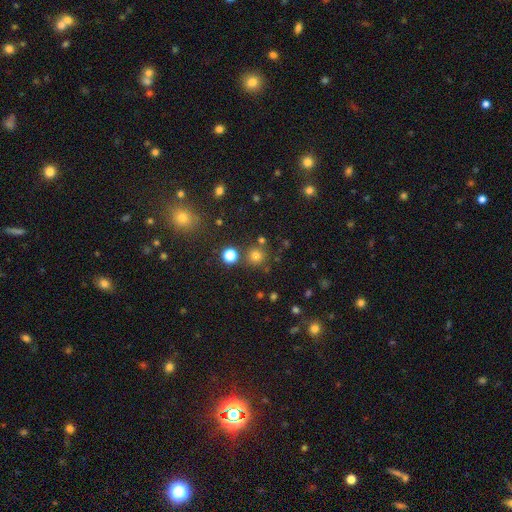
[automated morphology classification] smooth-or-featured: smooth: 72% | star or artifact: 22% | featured or disk: 7%
  how-rounded: round: 93% | in between: 6% | cigar-shaped: 1%
  merging: none: 82% | merger: 8% | minor disturbance: 7% | major disturbance: 3%